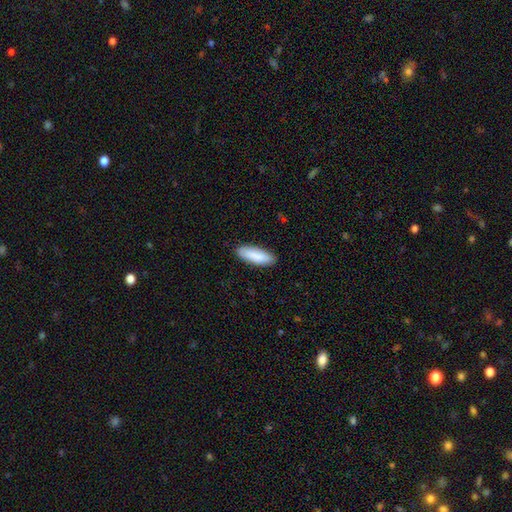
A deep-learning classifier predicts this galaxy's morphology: A smooth galaxy with no disk features (88%) that is in between round and cigar-shaped (61%).

Vote fractions:
- Smooth or featured? smooth: 88% / featured or disk: 7% / star or artifact: 5%
- How rounded? in between: 61% / cigar-shaped: 38% / round: 2%
- Merging? none: 88% / minor disturbance: 9% / major disturbance: 2% / merger: 1%